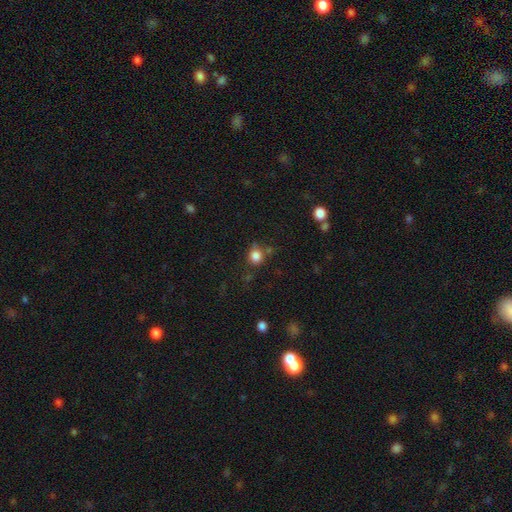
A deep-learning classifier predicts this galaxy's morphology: Smooth or featured? Predicted: smooth (p=0.82). How rounded? Predicted: round (p=0.75). Merging? Predicted: none (p=0.65).